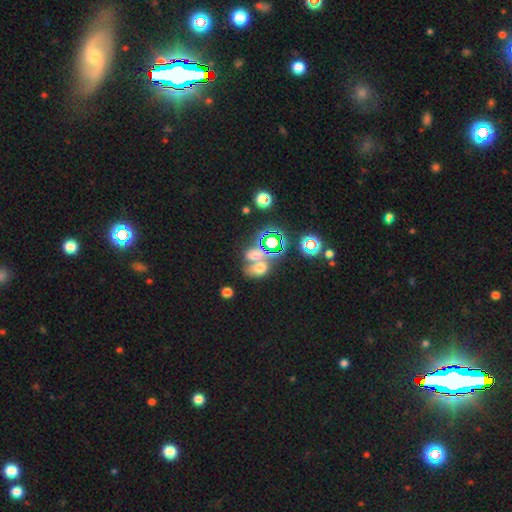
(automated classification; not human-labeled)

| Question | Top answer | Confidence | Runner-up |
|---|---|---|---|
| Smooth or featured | smooth | 51% | star or artifact (35%) |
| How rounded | in between | 64% | round (33%) |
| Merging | merger | 49% | none (34%) |